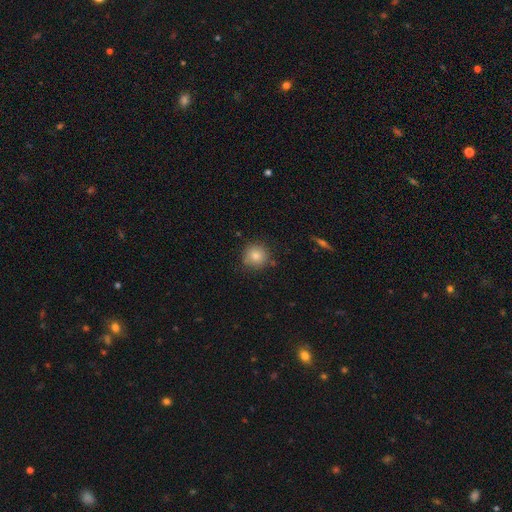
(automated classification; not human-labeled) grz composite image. It shows a smooth galaxy with no disk features (80%) that is round (92%). Merging: none (82%).